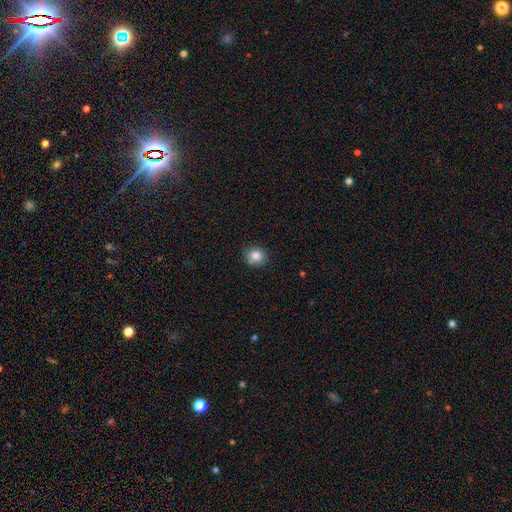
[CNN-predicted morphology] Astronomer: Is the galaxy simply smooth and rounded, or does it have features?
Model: smooth — 83%.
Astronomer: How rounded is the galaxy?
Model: round — 77%.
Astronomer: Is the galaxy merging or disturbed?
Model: none — 80%.